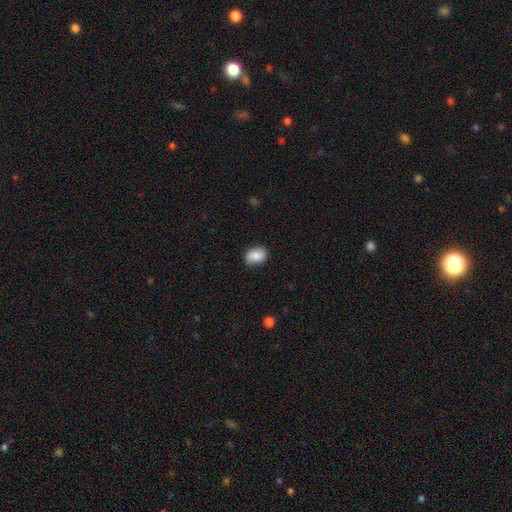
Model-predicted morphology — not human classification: Overall: smooth (80%). How rounded: in between (76%). Merging: none (80%).